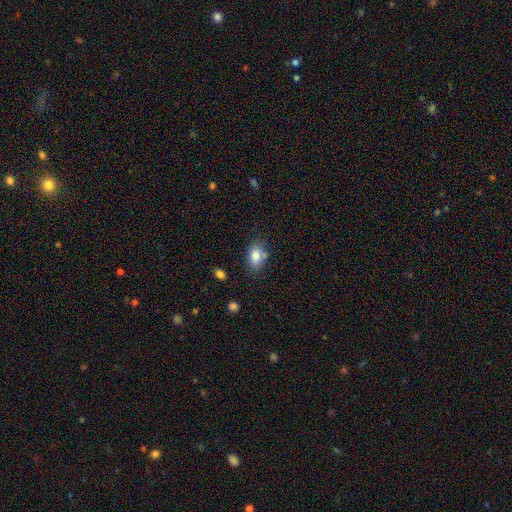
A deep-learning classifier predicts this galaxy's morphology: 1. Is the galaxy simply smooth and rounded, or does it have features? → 82% smooth, 9% featured or disk, 9% star or artifact.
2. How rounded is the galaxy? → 83% in between, 16% round, 2% cigar-shaped.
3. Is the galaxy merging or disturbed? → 67% none, 18% minor disturbance, 10% merger, 4% major disturbance.